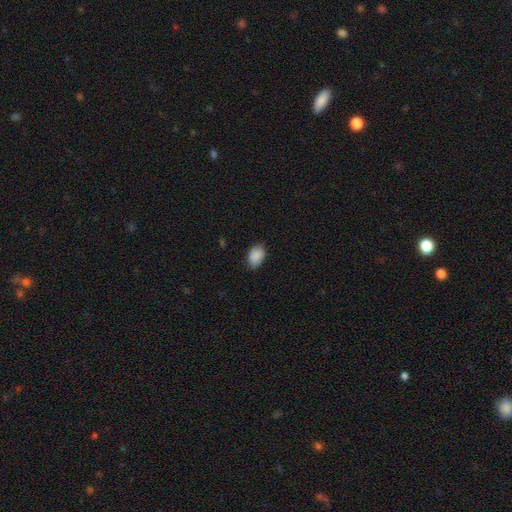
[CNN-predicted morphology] smooth 89%, star or artifact 7%, featured or disk 4%. Down the decision tree: how rounded — in between (86%); merging — none (80%).